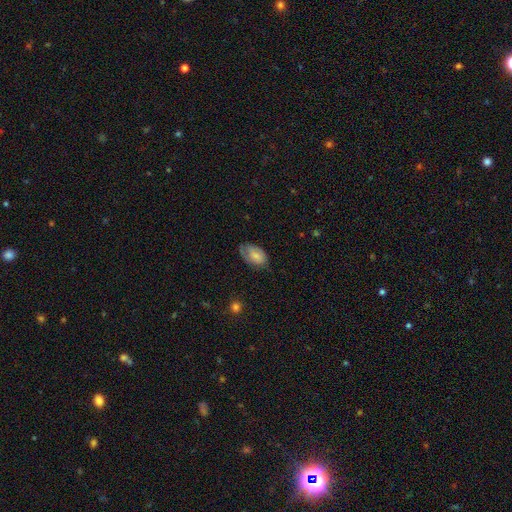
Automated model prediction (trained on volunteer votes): A smooth galaxy with no disk features (69%) that is in between round and cigar-shaped (91%). Merging: none (54%).